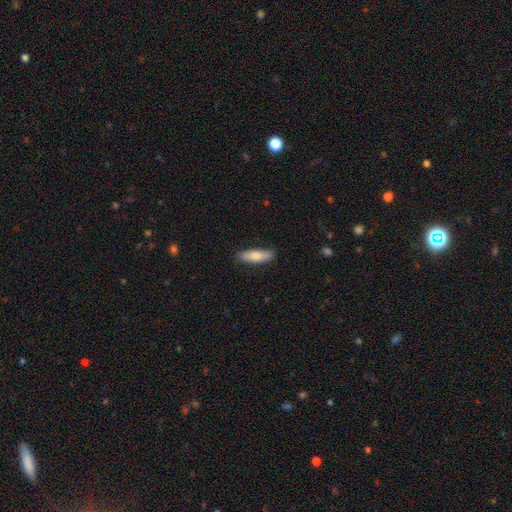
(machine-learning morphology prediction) Smooth or featured? smooth (74%)
How rounded? cigar-shaped (55%)
Merging? none (86%)